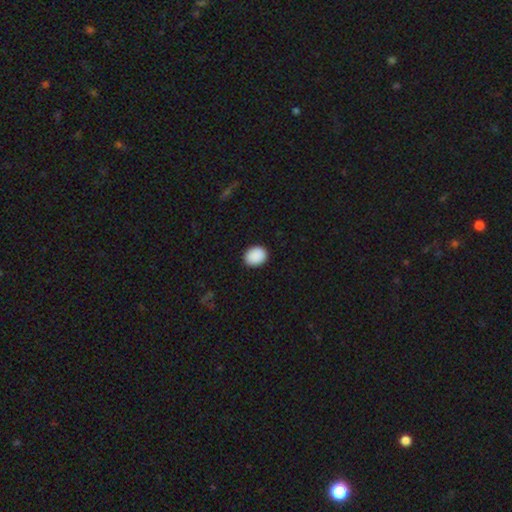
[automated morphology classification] smooth 91%, star or artifact 7%, featured or disk 2%. Down the decision tree: how rounded — in between (55%); merging — none (90%).